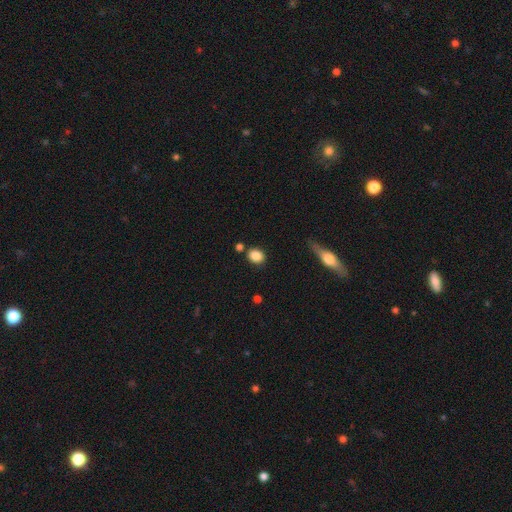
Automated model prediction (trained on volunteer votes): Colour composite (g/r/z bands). It shows a smooth galaxy with no disk features (86%) that is round (55%). Merging: none (78%).